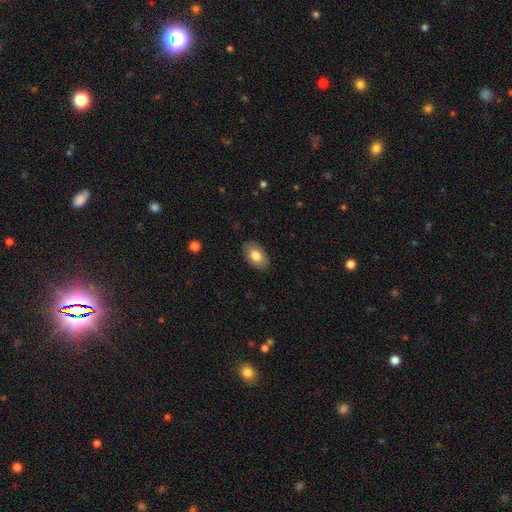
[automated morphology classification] smooth-or-featured: smooth: 78% | featured or disk: 15% | star or artifact: 6%
  how-rounded: in between: 93% | round: 6% | cigar-shaped: 1%
  merging: none: 87% | minor disturbance: 10% | major disturbance: 2% | merger: 1%